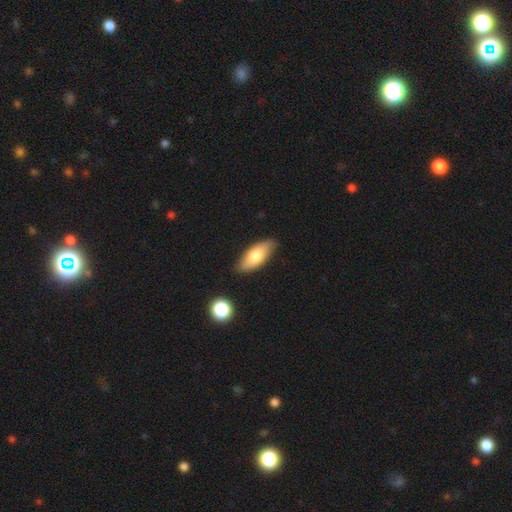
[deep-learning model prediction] Overall: smooth (73%). How rounded: in between (82%). Merging: none (80%).